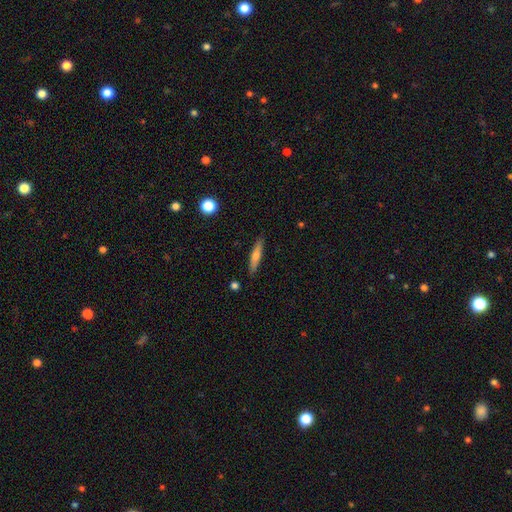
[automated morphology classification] smooth 54%, featured or disk 40%, star or artifact 6%. Down the decision tree: how rounded — cigar-shaped (88%); merging — none (89%).